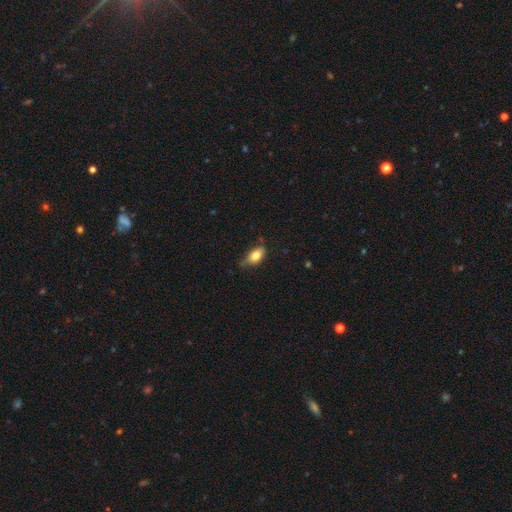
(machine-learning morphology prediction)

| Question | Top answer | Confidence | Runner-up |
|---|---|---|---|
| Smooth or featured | smooth | 78% | featured or disk (14%) |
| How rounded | in between | 87% | round (7%) |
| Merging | none | 60% | minor disturbance (31%) |